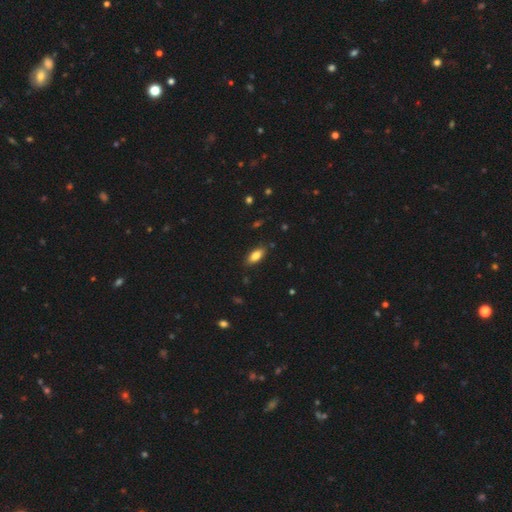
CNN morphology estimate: smooth-or-featured: smooth: 81% | featured or disk: 12% | star or artifact: 7%
  how-rounded: in between: 81% | cigar-shaped: 16% | round: 2%
  merging: none: 85% | minor disturbance: 11% | major disturbance: 2% | merger: 1%